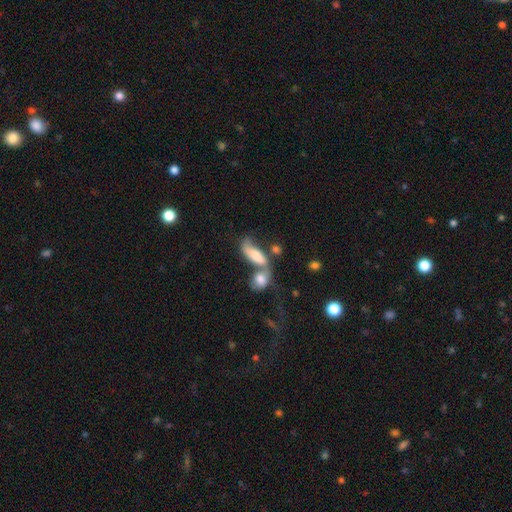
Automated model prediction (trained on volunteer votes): Smooth or featured?
  - smooth: 48% *
  - featured or disk: 42%
  - star or artifact: 11%
Merging?
  - merger: 58% *
  - none: 21%
  - major disturbance: 11%
  - minor disturbance: 10%